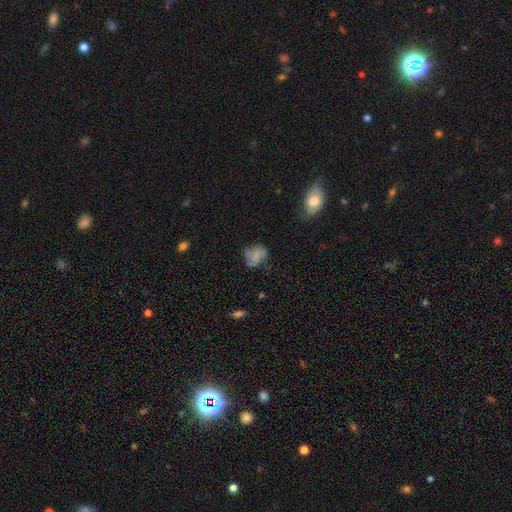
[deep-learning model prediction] A smooth galaxy with no disk features (55%) that is in between round and cigar-shaped (53%).

Vote fractions:
- Smooth or featured? smooth: 55% / featured or disk: 35% / star or artifact: 10%
- How rounded? in between: 53% / round: 46% / cigar-shaped: 1%
- Merging? none: 51% / minor disturbance: 28% / major disturbance: 17% / merger: 4%